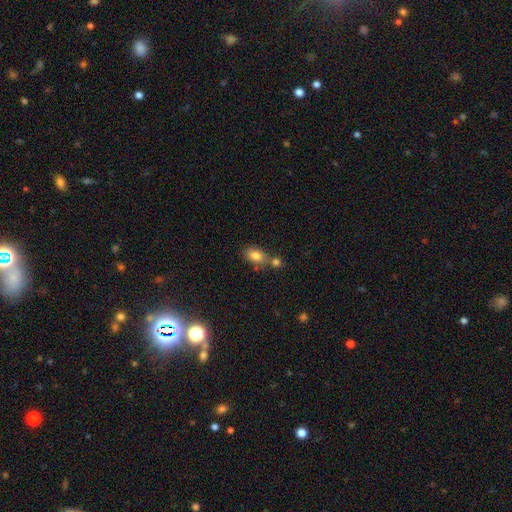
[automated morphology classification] Smooth or featured: smooth — 81% (star or artifact — 9%)
How rounded: in between — 83% (round — 14%)
Merging: none — 54% (merger — 29%)